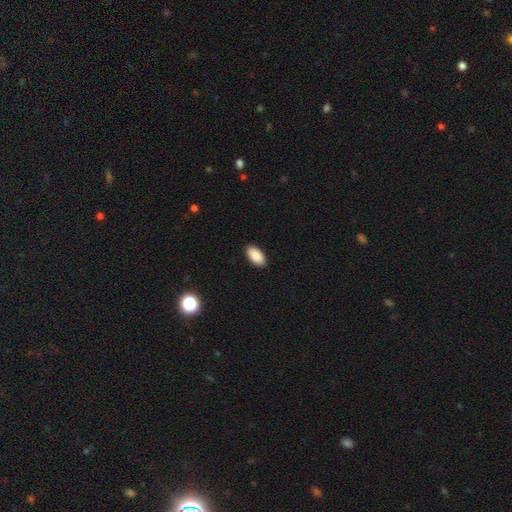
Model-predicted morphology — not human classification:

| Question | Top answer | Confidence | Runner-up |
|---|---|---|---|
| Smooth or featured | smooth | 89% | star or artifact (7%) |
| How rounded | in between | 95% | round (3%) |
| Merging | none | 90% | minor disturbance (7%) |